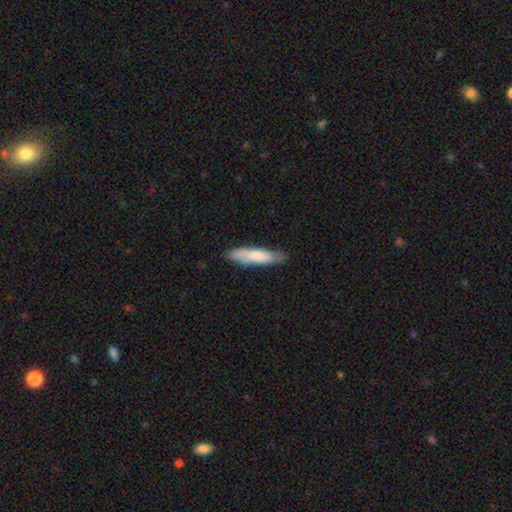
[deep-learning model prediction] smooth_or_featured: smooth (p=0.71) [alt: featured or disk p=0.23]
how_rounded: cigar-shaped (p=0.78) [alt: in between p=0.21]
merging: none (p=0.76) [alt: minor disturbance p=0.19]